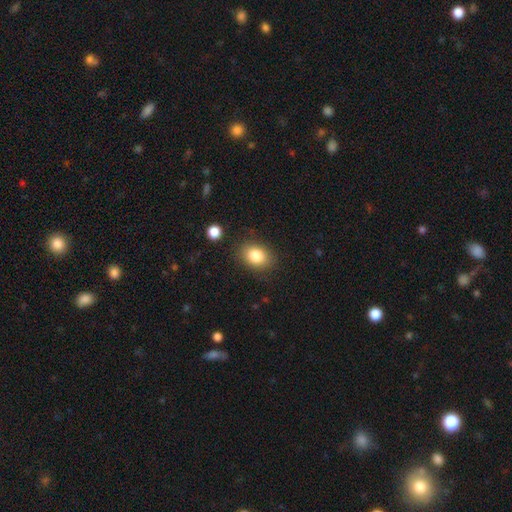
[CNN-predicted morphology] Smooth or featured? smooth (83%)
How rounded? in between (67%)
Merging? none (83%)